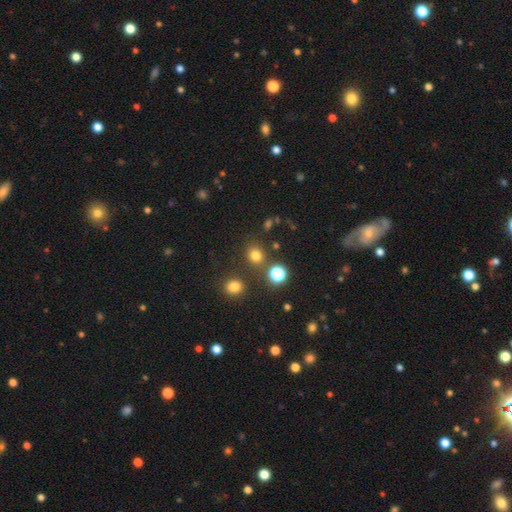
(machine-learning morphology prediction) This appears to be a smooth galaxy with no disk features (74%) that is round (75%). Merging: none (80%).